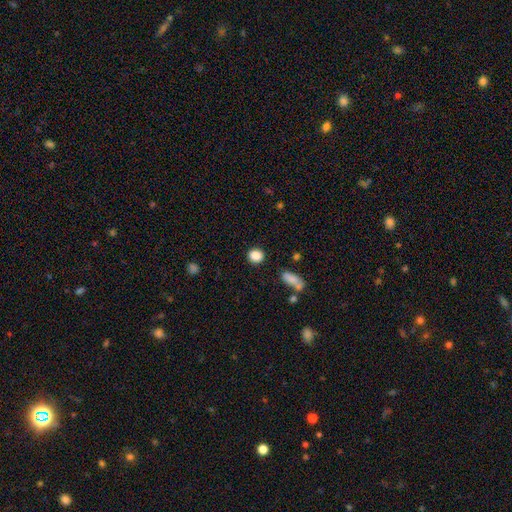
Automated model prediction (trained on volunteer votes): A smooth galaxy with no disk features (87%) that is round (81%).

Vote fractions:
- Smooth or featured? smooth: 87% / star or artifact: 9% / featured or disk: 3%
- How rounded? round: 81% / in between: 17% / cigar-shaped: 1%
- Merging? none: 87% / minor disturbance: 7% / major disturbance: 3% / merger: 3%